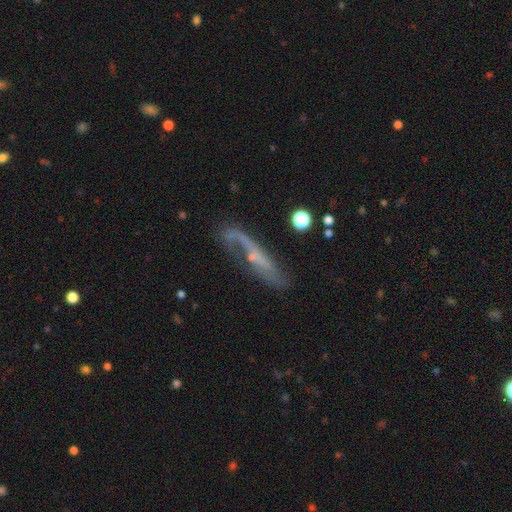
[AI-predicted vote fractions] The model was most divided on "bar": no: 50%, weak: 33%, strong: 16%. More confident: spiral arms — yes (84%); smooth or featured — featured or disk (72%); edge-on disk — no (70%); bulge size — small (65%); merging — none (56%).